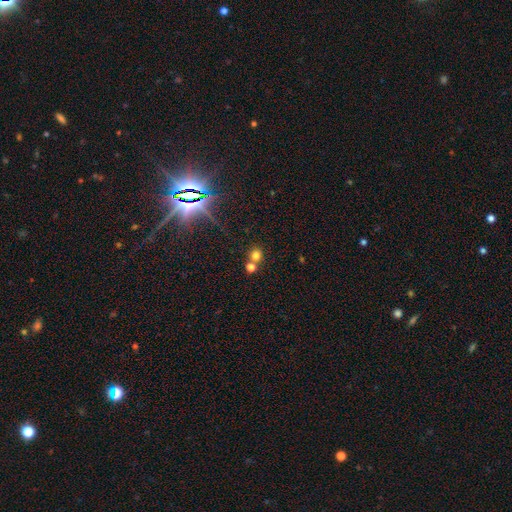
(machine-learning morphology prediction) Smooth or featured? smooth (71%)
How rounded? round (85%)
Merging? none (59%)